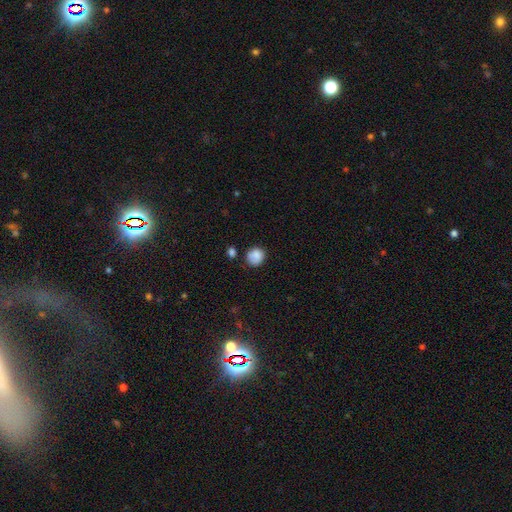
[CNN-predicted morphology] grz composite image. It shows a smooth galaxy with no disk features (86%) that is round (82%). Merging: none (68%).